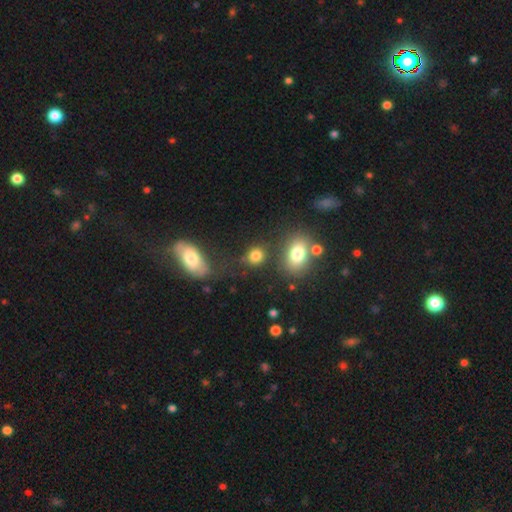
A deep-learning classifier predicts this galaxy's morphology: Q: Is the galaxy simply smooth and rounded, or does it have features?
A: smooth — 80%.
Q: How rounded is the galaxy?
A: round — 62%.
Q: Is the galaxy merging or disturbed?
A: none — 68%.